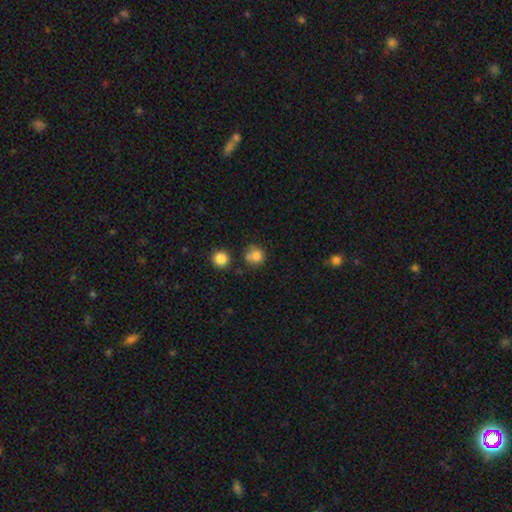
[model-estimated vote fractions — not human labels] A smooth galaxy with no disk features (79%) that is round (82%). Merging: none (54%).